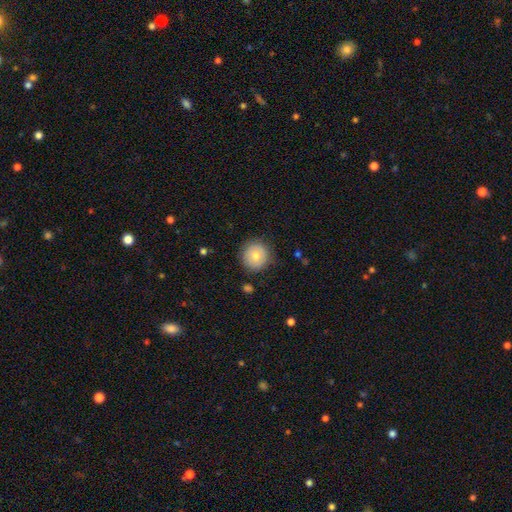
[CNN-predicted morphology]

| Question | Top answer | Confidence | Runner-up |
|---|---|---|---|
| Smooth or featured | smooth | 76% | featured or disk (16%) |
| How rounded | round | 92% | in between (7%) |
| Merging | none | 84% | minor disturbance (11%) |